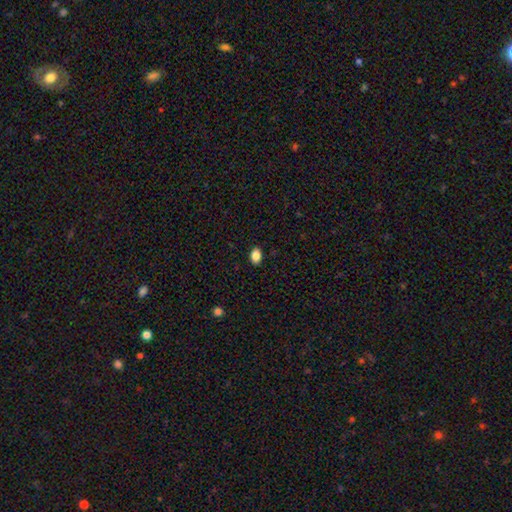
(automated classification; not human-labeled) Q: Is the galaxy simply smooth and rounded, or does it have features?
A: smooth — 87%.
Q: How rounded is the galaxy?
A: in between — 83%.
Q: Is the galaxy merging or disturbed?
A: none — 89%.